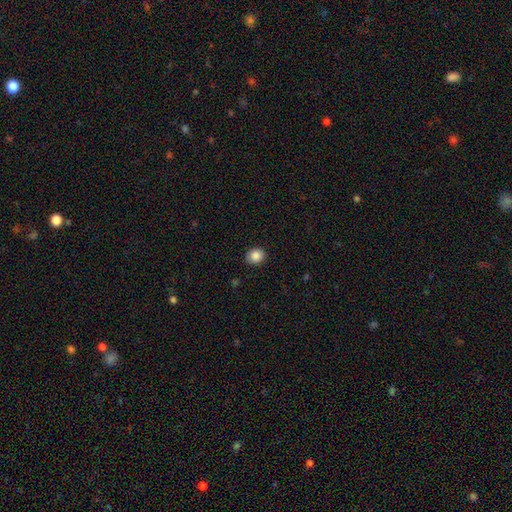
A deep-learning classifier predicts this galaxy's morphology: A smooth galaxy with no disk features (87%) that is round (67%).

Vote fractions:
- Smooth or featured? smooth: 87% / star or artifact: 9% / featured or disk: 4%
- How rounded? round: 67% / in between: 32% / cigar-shaped: 1%
- Merging? none: 89% / minor disturbance: 8% / major disturbance: 2% / merger: 1%